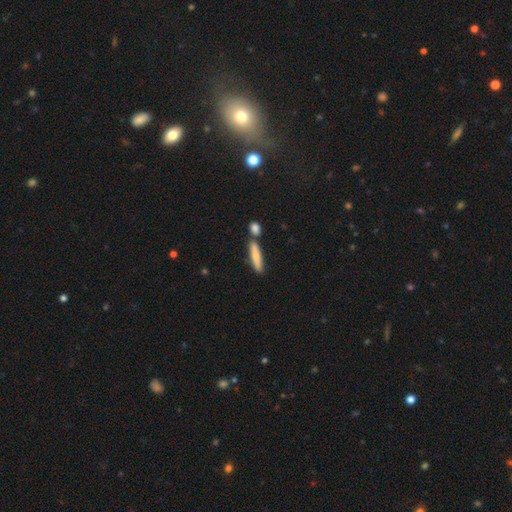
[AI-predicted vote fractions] The model was most divided on "merging": none: 70%, merger: 16%, minor disturbance: 11%, major disturbance: 3%. More confident: how rounded — cigar-shaped (84%); smooth or featured — smooth (77%).